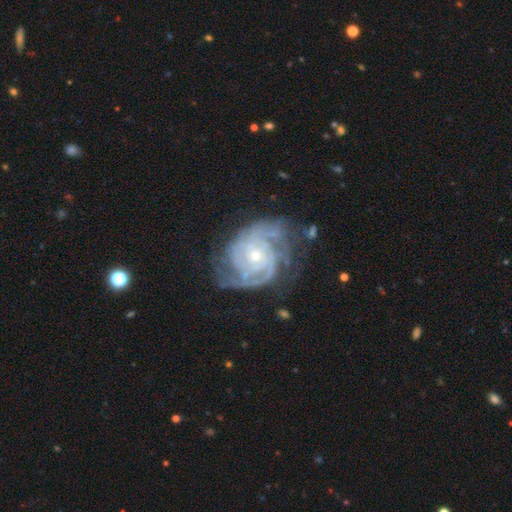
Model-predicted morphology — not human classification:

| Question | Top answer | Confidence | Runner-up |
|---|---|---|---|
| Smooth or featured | featured or disk | 90% | star or artifact (5%) |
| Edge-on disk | no | 98% | yes (2%) |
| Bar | no | 76% | weak (18%) |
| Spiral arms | yes | 97% | no (3%) |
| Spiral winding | tight | 67% | medium (28%) |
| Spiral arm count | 3 | 25% | 2 (24%) |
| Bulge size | small | 76% | moderate (20%) |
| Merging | none | 65% | minor disturbance (21%) |